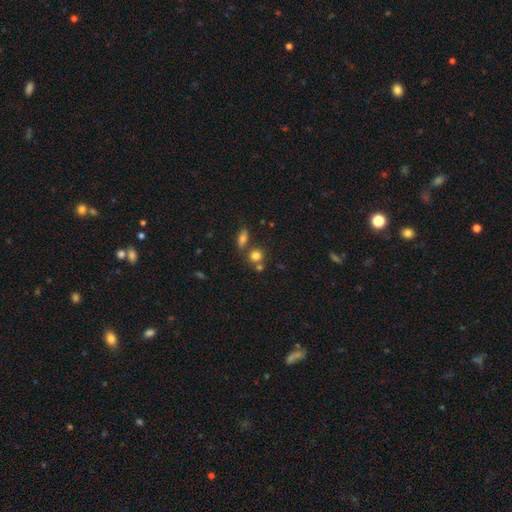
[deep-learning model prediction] smooth-or-featured: smooth: 79% | star or artifact: 12% | featured or disk: 9%
  how-rounded: round: 78% | in between: 20% | cigar-shaped: 2%
  merging: none: 60% | merger: 26% | minor disturbance: 10% | major disturbance: 4%